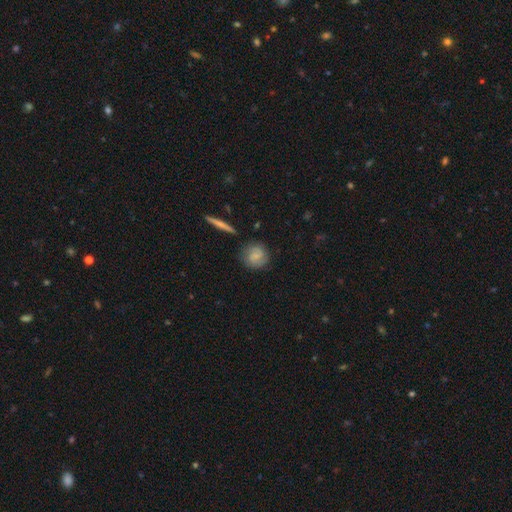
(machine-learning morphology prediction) A smooth galaxy with no disk features (47%). Merging: none (79%).